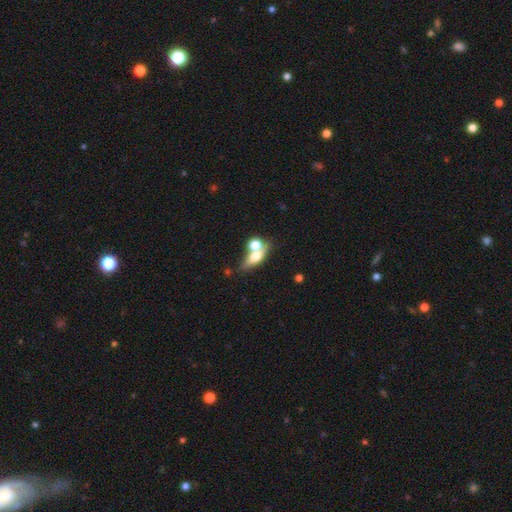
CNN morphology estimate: Smooth or featured? Predicted: smooth (p=0.61). How rounded? Predicted: in between (p=0.58). Merging? Predicted: merger (p=0.45).